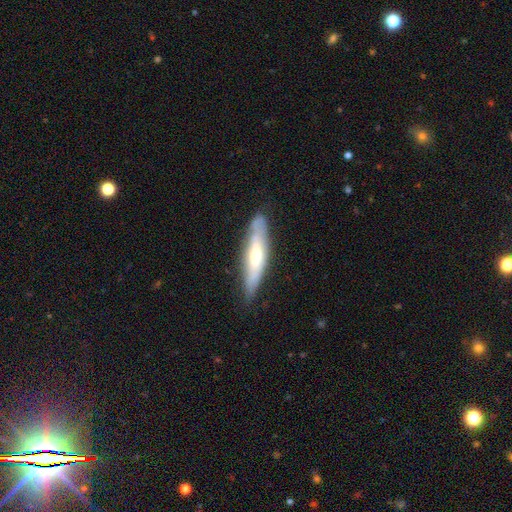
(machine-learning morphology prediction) The model was most divided on "smooth or featured": featured or disk: 56%, smooth: 38%, star or artifact: 6%. More confident: merging — none (77%); edge-on disk — yes (63%).